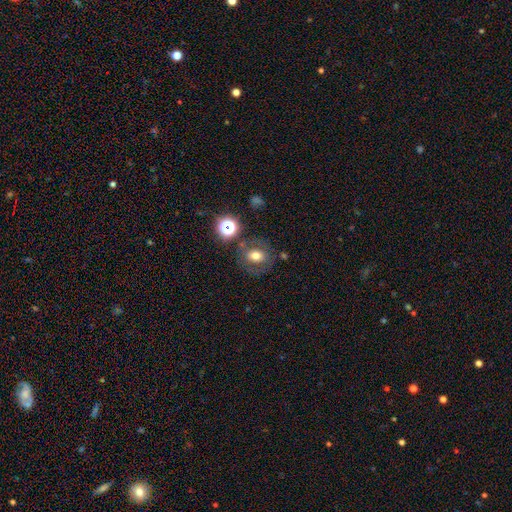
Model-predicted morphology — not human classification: Smooth or featured? smooth (59%)
How rounded? round (64%)
Merging? none (73%)